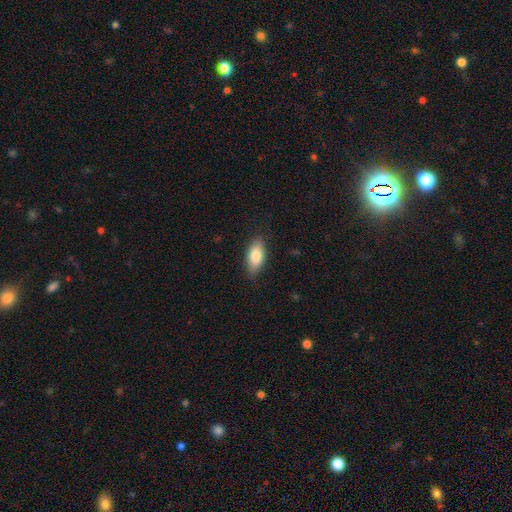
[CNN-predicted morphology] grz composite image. It shows a smooth galaxy with no disk features (81%) that is in between round and cigar-shaped (86%). Merging: none (83%).